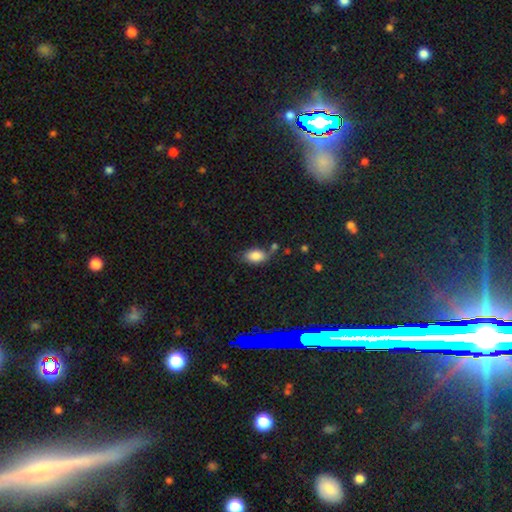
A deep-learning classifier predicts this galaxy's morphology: A smooth galaxy with no disk features (84%) that is in between round and cigar-shaped (90%).

Vote fractions:
- Smooth or featured? smooth: 84% / star or artifact: 9% / featured or disk: 8%
- How rounded? in between: 90% / round: 8% / cigar-shaped: 2%
- Merging? none: 59% / minor disturbance: 23% / merger: 10% / major disturbance: 7%